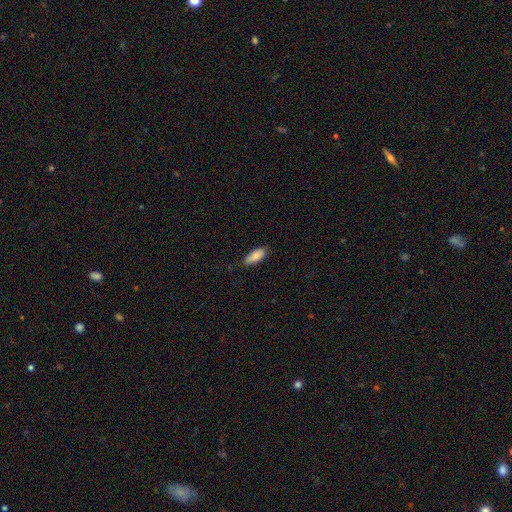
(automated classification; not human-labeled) The model was most divided on "how rounded": in between: 75%, cigar-shaped: 23%, round: 2%. More confident: smooth or featured — smooth (84%); merging — none (79%).